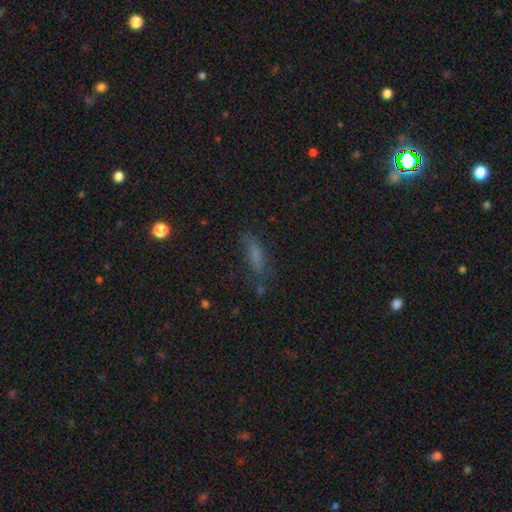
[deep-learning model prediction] A smooth galaxy with no disk features (66%) that is cigar-shaped (51%). Merging: none (70%).